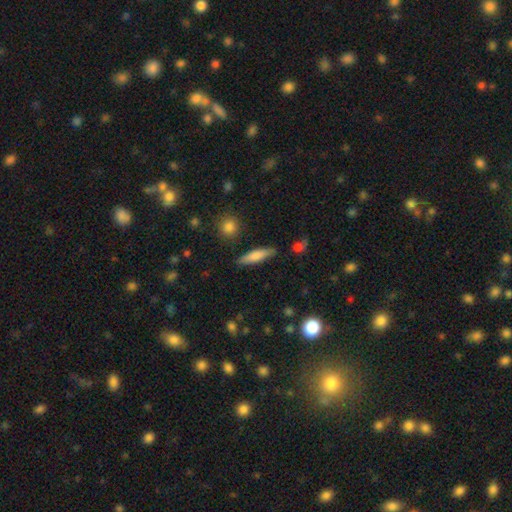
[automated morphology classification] The model was most divided on "how rounded": cigar-shaped: 72%, in between: 25%, round: 2%. More confident: merging — none (84%); smooth or featured — smooth (73%).